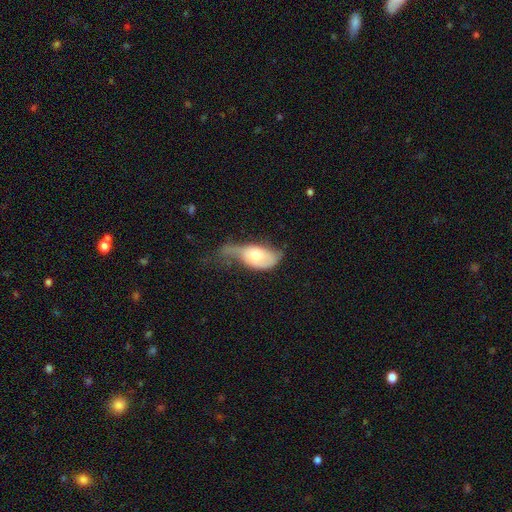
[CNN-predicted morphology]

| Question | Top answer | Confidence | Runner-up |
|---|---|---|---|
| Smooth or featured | smooth | 59% | featured or disk (35%) |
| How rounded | in between | 89% | round (7%) |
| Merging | major disturbance | 51% | minor disturbance (30%) |